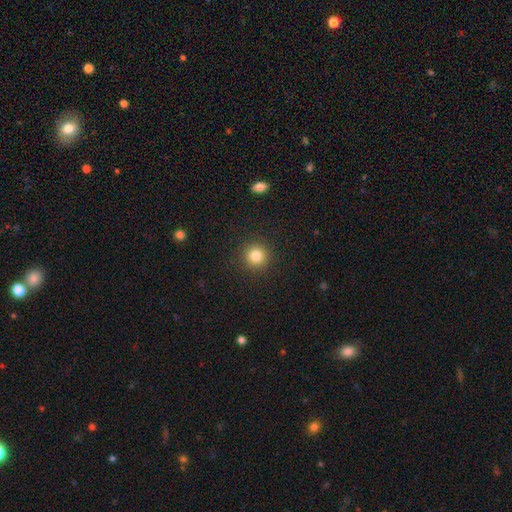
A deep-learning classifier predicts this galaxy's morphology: A smooth galaxy with no disk features (83%) that is round (94%).

Vote fractions:
- Smooth or featured? smooth: 83% / star or artifact: 11% / featured or disk: 5%
- How rounded? round: 94% / in between: 5% / cigar-shaped: 1%
- Merging? none: 91% / minor disturbance: 6% / major disturbance: 2% / merger: 1%